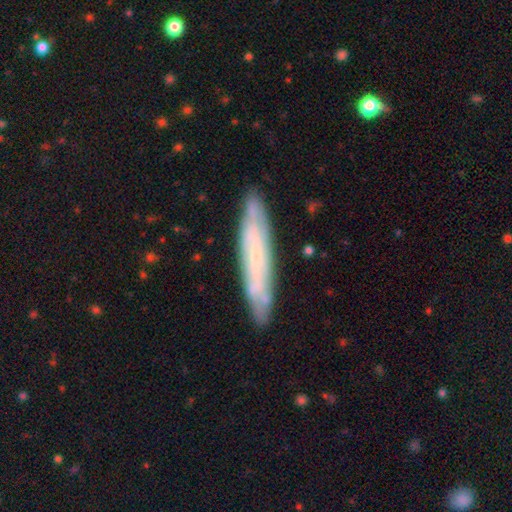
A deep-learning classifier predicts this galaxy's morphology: smooth_or_featured: featured or disk (p=0.54) [alt: smooth p=0.39]
disk_edge_on: yes (p=0.62) [alt: no p=0.38]
merging: none (p=0.85) [alt: minor disturbance p=0.11]